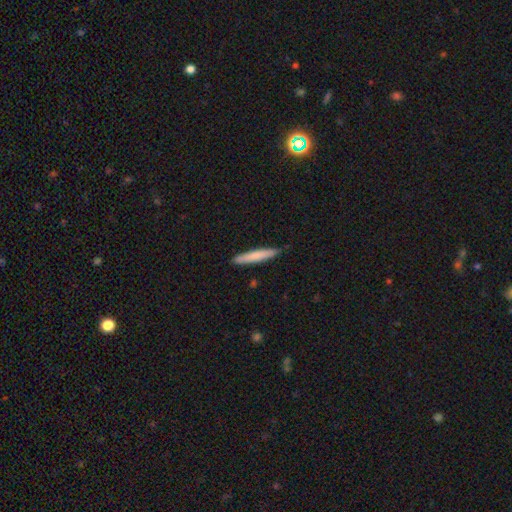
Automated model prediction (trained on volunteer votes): smooth-or-featured: smooth: 76% | featured or disk: 19% | star or artifact: 5%
  how-rounded: cigar-shaped: 94% | in between: 5% | round: 1%
  merging: none: 83% | minor disturbance: 14% | major disturbance: 2% | merger: 1%